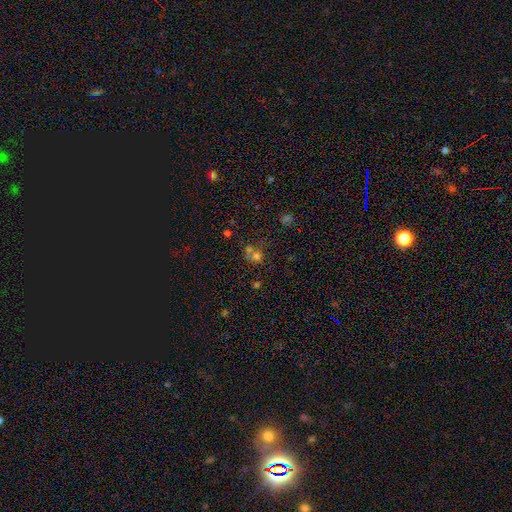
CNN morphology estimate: Overall: smooth (62%; star or artifact 24%). How rounded: round (84%). Merging: none (44%; merger 43%).